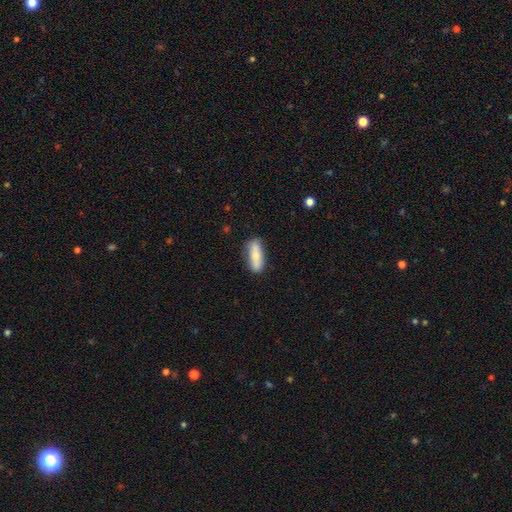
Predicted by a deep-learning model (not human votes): Smooth or featured? smooth (68%)
How rounded? in between (59%)
Merging? none (80%)